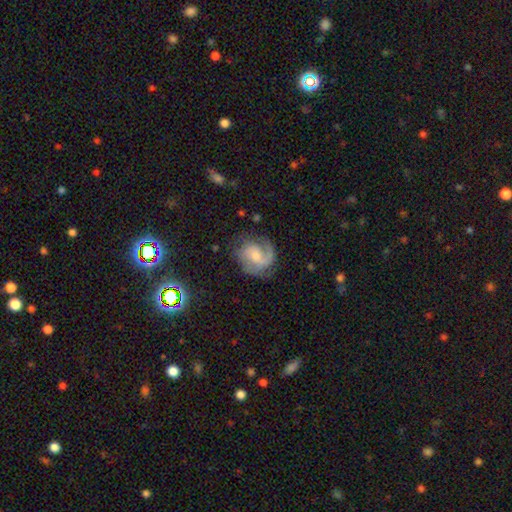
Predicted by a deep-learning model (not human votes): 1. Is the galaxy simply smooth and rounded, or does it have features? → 77% featured or disk, 14% smooth, 8% star or artifact.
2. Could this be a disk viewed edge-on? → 98% no, 2% yes.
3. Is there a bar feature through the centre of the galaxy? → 53% no, 39% weak, 8% strong.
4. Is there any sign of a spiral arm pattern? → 95% yes, 5% no.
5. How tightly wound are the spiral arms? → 47% medium, 33% tight, 20% loose.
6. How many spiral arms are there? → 52% 2, 23% 1, 12% can't tell, 9% 3, 2% 4, 2% more than 4.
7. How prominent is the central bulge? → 49% small, 41% moderate, 6% none, 3% large, 1% dominant.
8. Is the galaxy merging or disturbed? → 68% none, 19% minor disturbance, 11% major disturbance, 2% merger.